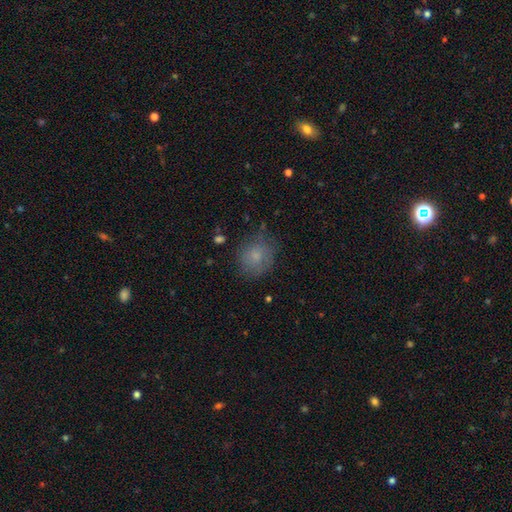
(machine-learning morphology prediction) Smooth or featured? Predicted: smooth (p=0.75). How rounded? Predicted: round (p=0.72). Merging? Predicted: none (p=0.69).